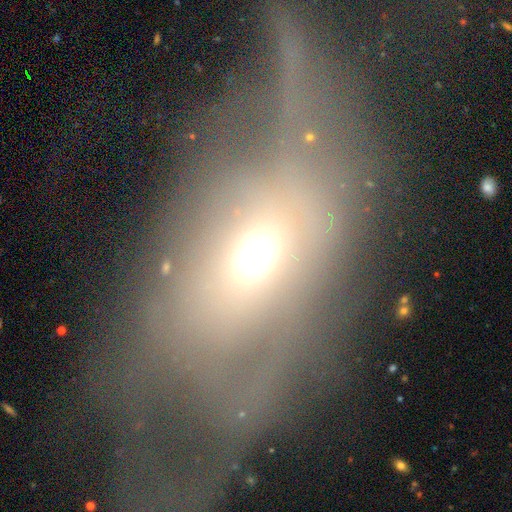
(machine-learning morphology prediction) Smooth or featured: smooth — 44% (featured or disk — 41%)
Merging: major disturbance — 51% (none — 23%)